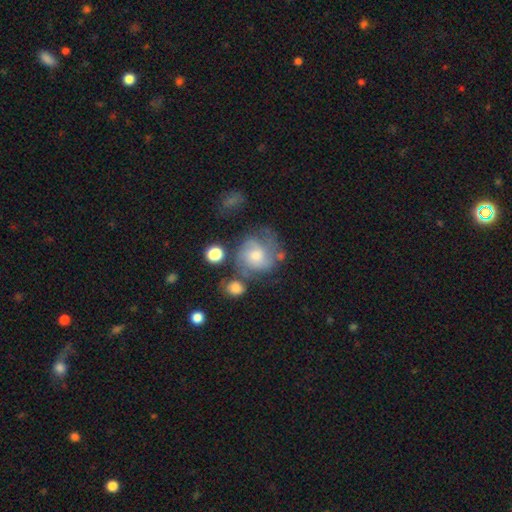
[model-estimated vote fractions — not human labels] Overall: featured or disk (61%; smooth 30%). Edge-on disk: no (98%). Bar: no (70%). Spiral arms: yes (85%). Spiral arm count: 2 (36%; can't tell 29%). Spiral winding: tight (43%; medium 41%). Bulge size: moderate (59%; small 26%). Merging: none (51%; minor disturbance 22%).